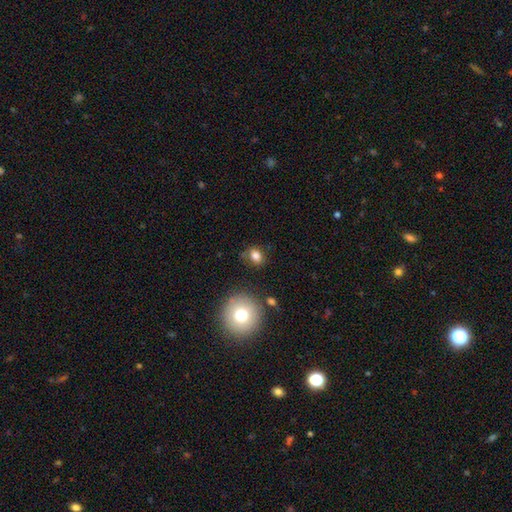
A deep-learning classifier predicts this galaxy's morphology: Smooth or featured? smooth (79%)
How rounded? round (55%)
Merging? none (76%)